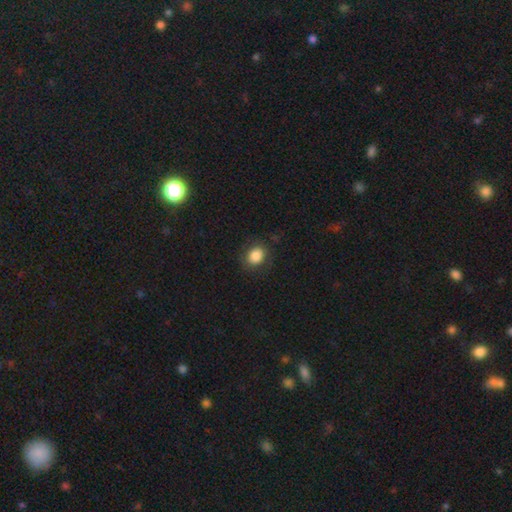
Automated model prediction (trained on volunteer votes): smooth-or-featured: smooth: 85% | star or artifact: 9% | featured or disk: 5%
  how-rounded: round: 60% | in between: 39% | cigar-shaped: 1%
  merging: none: 83% | minor disturbance: 12% | major disturbance: 4% | merger: 1%